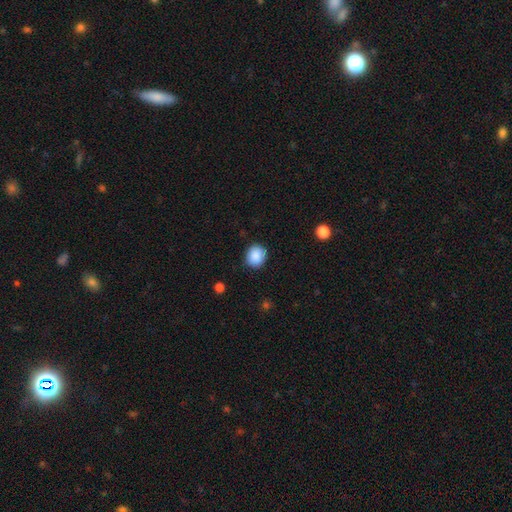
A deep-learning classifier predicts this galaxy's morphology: Smooth or featured? smooth (88%)
How rounded? round (79%)
Merging? none (86%)